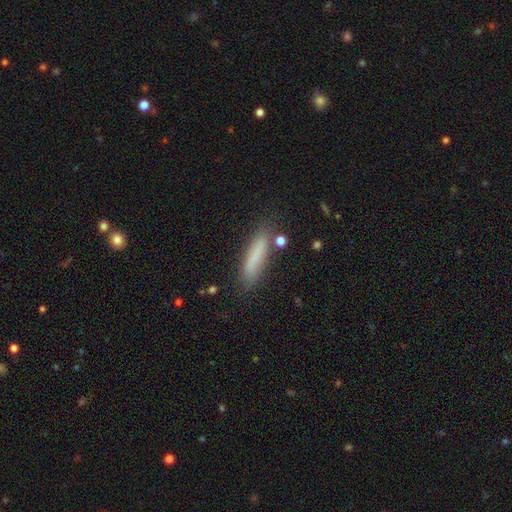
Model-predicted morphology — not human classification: smooth 78%, featured or disk 13%, star or artifact 9%. Down the decision tree: how rounded — cigar-shaped (82%); merging — none (78%).